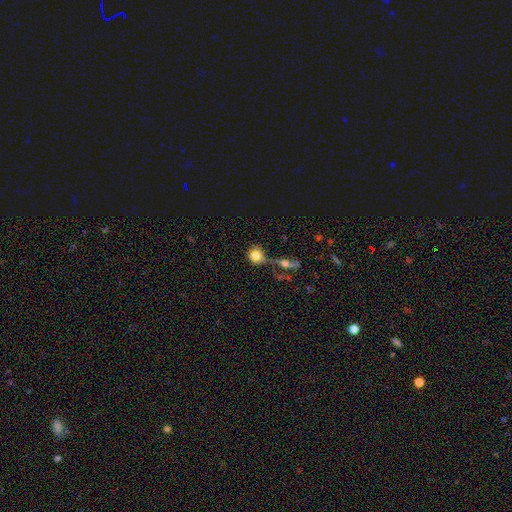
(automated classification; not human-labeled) Smooth or featured: smooth — 76% (featured or disk — 13%)
How rounded: round — 85% (in between — 13%)
Merging: none — 50% (merger — 29%)